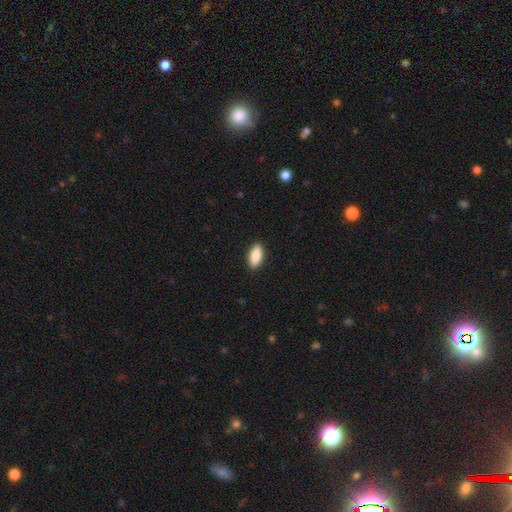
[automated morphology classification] Q: Smooth or featured?
A: smooth (87%); runner-up: featured or disk (6%)
Q: How rounded?
A: in between (87%); runner-up: cigar-shaped (11%)
Q: Merging?
A: none (90%); runner-up: minor disturbance (7%)